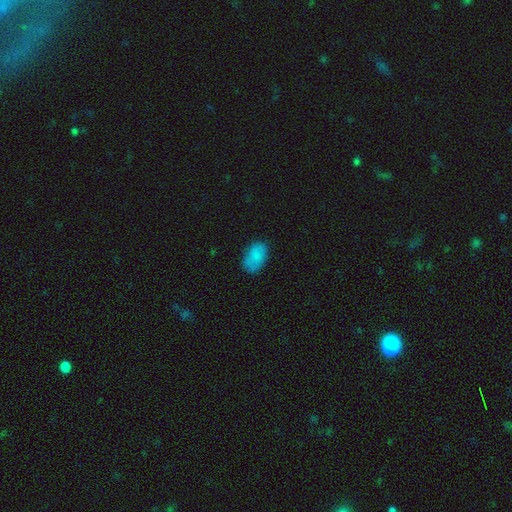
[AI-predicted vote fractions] Smooth or featured?
  - smooth: 81% *
  - featured or disk: 10%
  - star or artifact: 9%
How rounded?
  - in between: 90% *
  - round: 9%
  - cigar-shaped: 1%
Merging?
  - none: 69% *
  - minor disturbance: 22%
  - major disturbance: 7%
  - merger: 2%